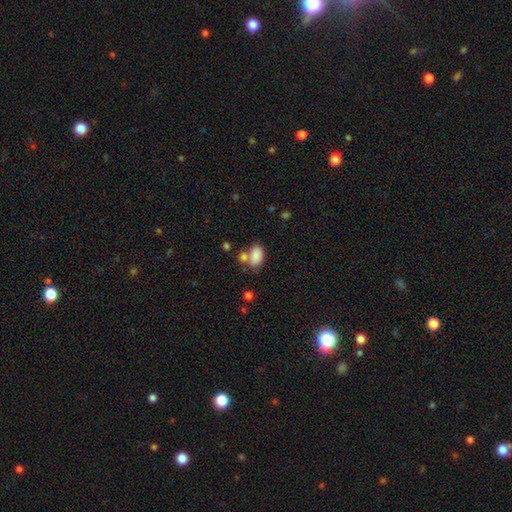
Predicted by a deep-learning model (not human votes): Smooth or featured: smooth — 84% (star or artifact — 9%)
How rounded: in between — 90% (round — 8%)
Merging: none — 49% (merger — 28%)